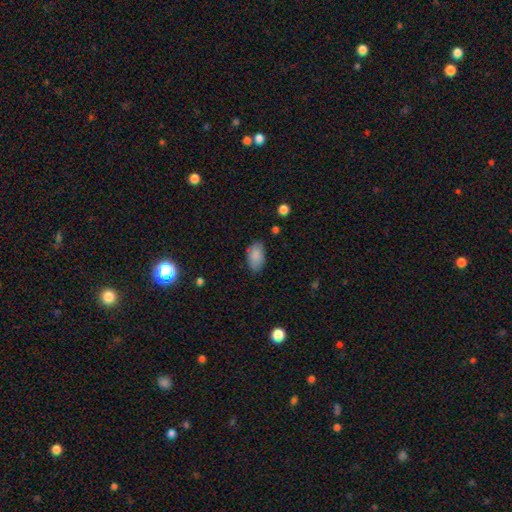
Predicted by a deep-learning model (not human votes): Q: Smooth or featured?
A: smooth (87%); runner-up: star or artifact (7%)
Q: How rounded?
A: in between (94%); runner-up: round (5%)
Q: Merging?
A: none (79%); runner-up: minor disturbance (16%)